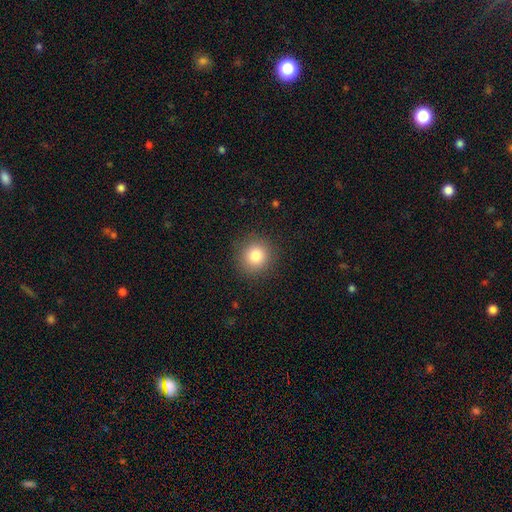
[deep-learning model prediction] Smooth or featured? Predicted: smooth (p=0.82). How rounded? Predicted: round (p=0.92). Merging? Predicted: none (p=0.90).